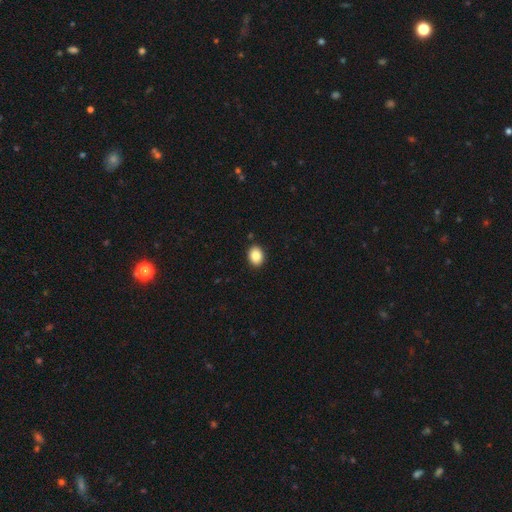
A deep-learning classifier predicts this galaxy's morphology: This is clearly a smooth galaxy (86%). How rounded: likely in between (61%). Merging: clearly none (90%).